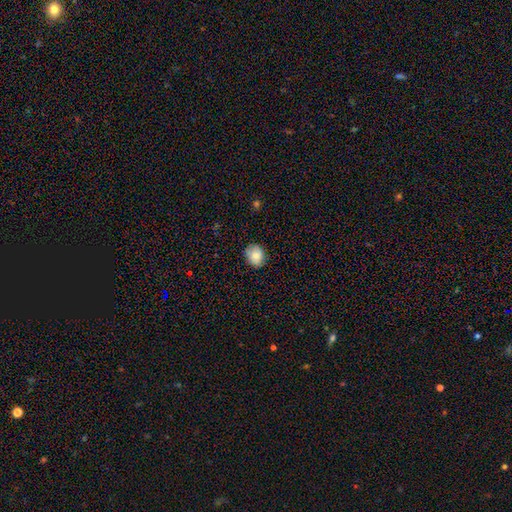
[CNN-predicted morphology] type=smooth (82%); roundness=round (55%); merging=none (82%).